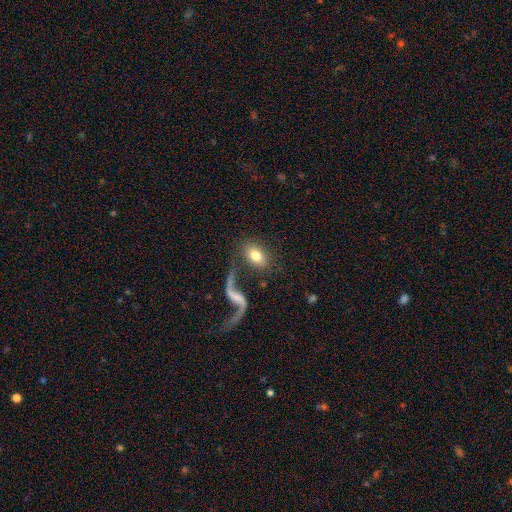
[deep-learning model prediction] Smooth or featured?
  - smooth: 71% *
  - featured or disk: 23%
  - star or artifact: 7%
How rounded?
  - in between: 85% *
  - round: 12%
  - cigar-shaped: 3%
Merging?
  - none: 63% *
  - merger: 15%
  - minor disturbance: 12%
  - major disturbance: 9%